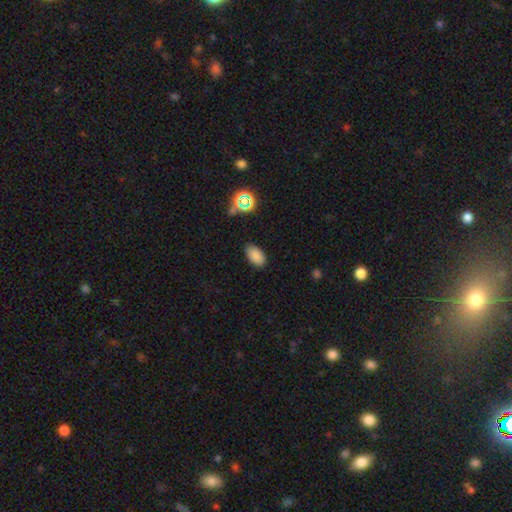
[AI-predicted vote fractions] smooth-or-featured: smooth: 83% | star or artifact: 12% | featured or disk: 5%
  how-rounded: in between: 93% | round: 5% | cigar-shaped: 2%
  merging: none: 85% | minor disturbance: 11% | major disturbance: 3% | merger: 1%